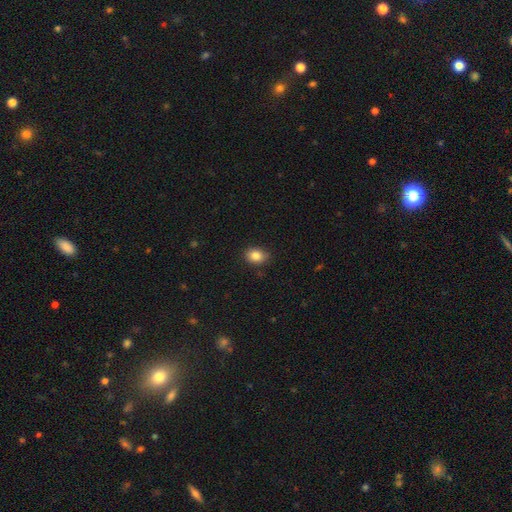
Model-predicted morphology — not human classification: This appears to be a smooth galaxy with no disk features (84%) that is in between round and cigar-shaped (65%). Merging: none (83%).